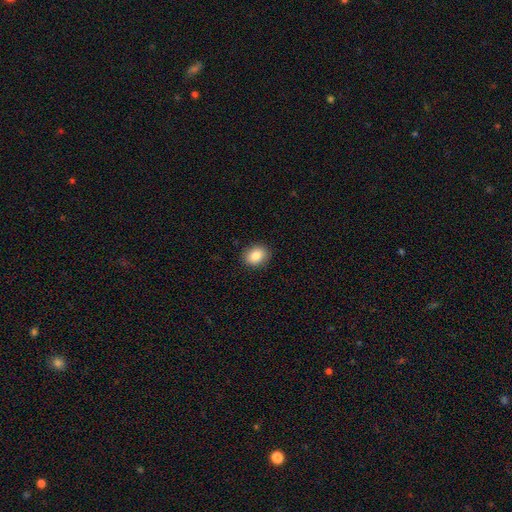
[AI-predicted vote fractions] Q: Smooth or featured?
A: smooth (85%); runner-up: star or artifact (8%)
Q: How rounded?
A: in between (52%); runner-up: round (47%)
Q: Merging?
A: none (89%); runner-up: minor disturbance (8%)